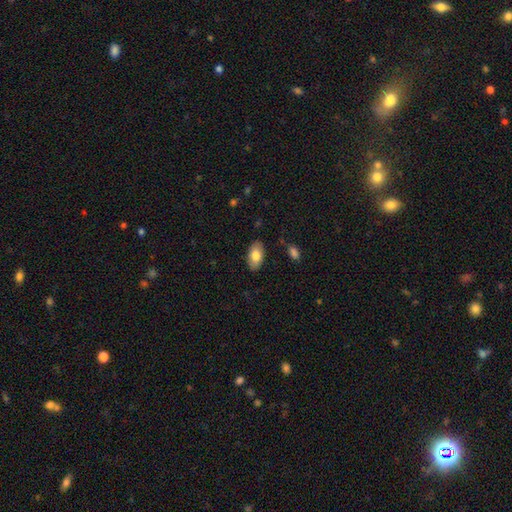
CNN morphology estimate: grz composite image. It shows a smooth galaxy with no disk features (79%) that is in between round and cigar-shaped (94%). Merging: none (86%).